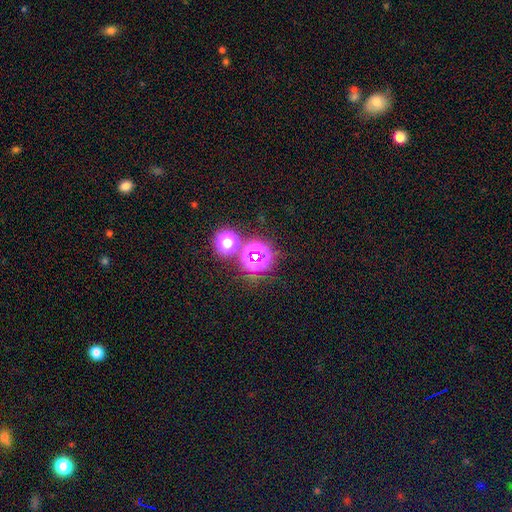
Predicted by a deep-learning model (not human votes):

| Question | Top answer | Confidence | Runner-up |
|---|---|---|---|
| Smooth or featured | star or artifact | 70% | smooth (22%) |